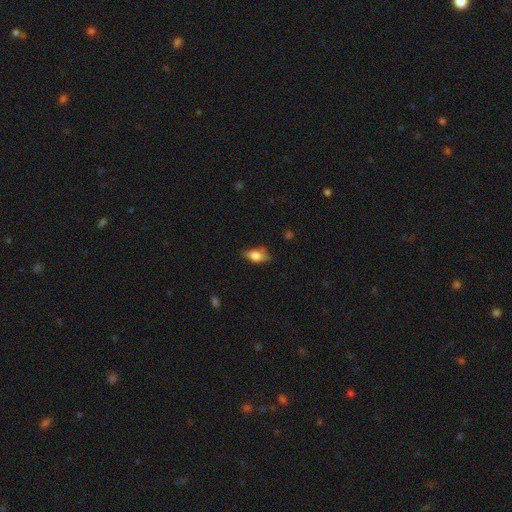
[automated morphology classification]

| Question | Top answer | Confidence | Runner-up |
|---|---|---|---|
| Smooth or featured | smooth | 72% | featured or disk (20%) |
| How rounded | in between | 83% | cigar-shaped (11%) |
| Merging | none | 67% | minor disturbance (26%) |